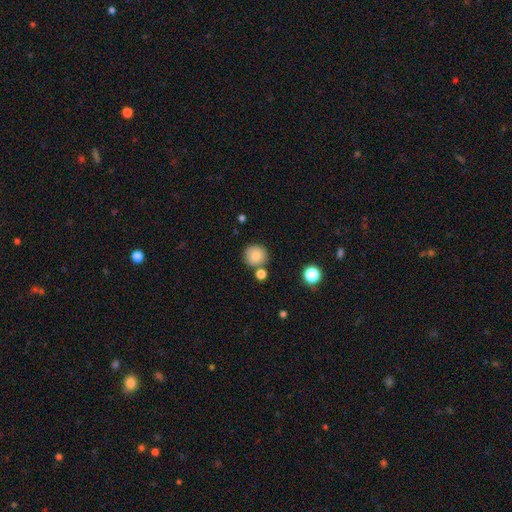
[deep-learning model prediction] A smooth galaxy with no disk features (83%) that is round (93%).

Vote fractions:
- Smooth or featured? smooth: 83% / star or artifact: 10% / featured or disk: 7%
- How rounded? round: 93% / in between: 6% / cigar-shaped: 1%
- Merging? none: 76% / merger: 12% / minor disturbance: 10% / major disturbance: 3%